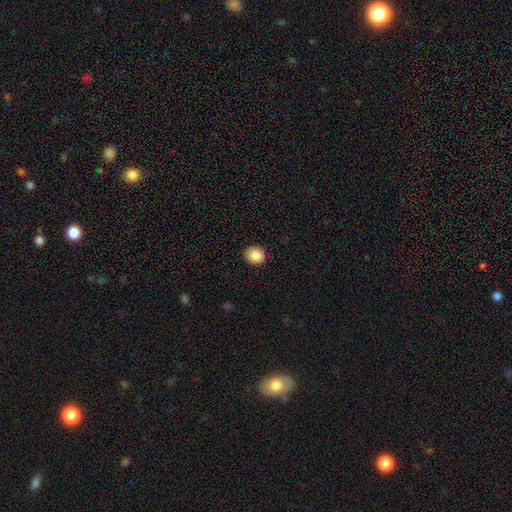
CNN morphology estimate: Overall: smooth (85%). How rounded: round (69%; in between 30%). Merging: none (89%).